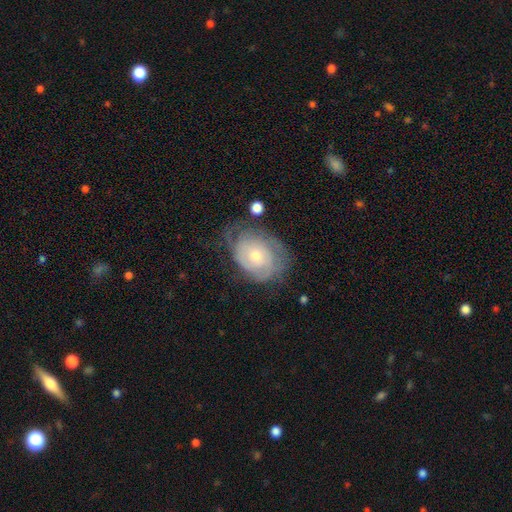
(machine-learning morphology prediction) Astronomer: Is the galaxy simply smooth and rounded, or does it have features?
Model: featured or disk — 67%.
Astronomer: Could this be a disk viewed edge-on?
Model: no — 96%.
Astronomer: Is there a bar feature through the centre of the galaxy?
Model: no — 81%.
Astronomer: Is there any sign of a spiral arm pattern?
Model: yes — 80%.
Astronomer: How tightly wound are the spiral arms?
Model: tight — 67%.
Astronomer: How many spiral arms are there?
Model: can't tell — 50%.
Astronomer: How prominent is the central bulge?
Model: small — 49% (runner-up: moderate, 46%).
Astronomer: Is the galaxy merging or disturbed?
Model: none — 54%.